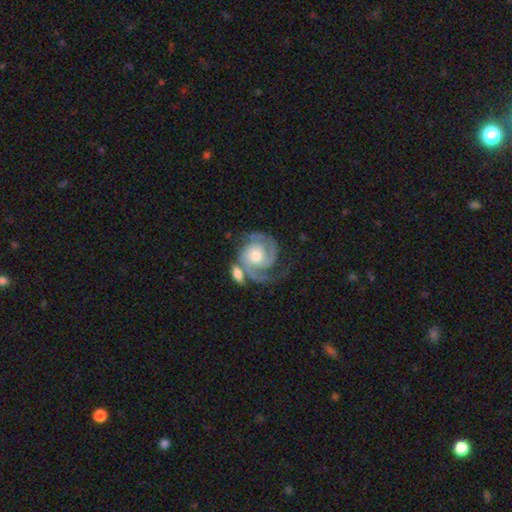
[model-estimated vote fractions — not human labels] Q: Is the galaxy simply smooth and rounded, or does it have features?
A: featured or disk — 89%.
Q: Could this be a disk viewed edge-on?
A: no — 98%.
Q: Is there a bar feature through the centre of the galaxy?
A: no — 71%.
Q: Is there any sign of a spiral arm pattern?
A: yes — 97%.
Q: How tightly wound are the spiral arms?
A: tight — 56%.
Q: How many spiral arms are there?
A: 2 — 73%.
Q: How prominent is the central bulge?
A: moderate — 61%.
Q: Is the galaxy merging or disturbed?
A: none — 48%.